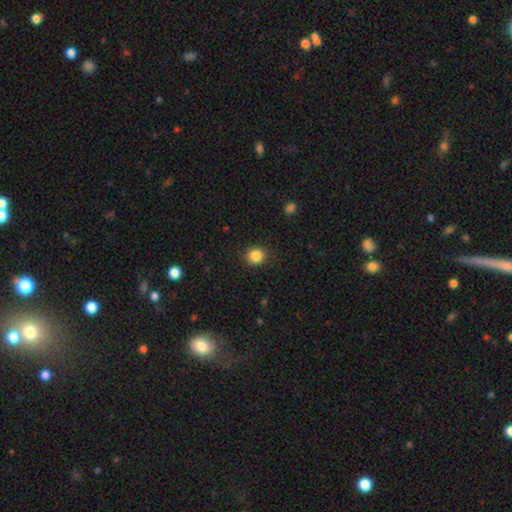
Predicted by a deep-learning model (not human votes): Smooth or featured: smooth — 86% (star or artifact — 10%)
How rounded: round — 86% (in between — 13%)
Merging: none — 89% (minor disturbance — 7%)